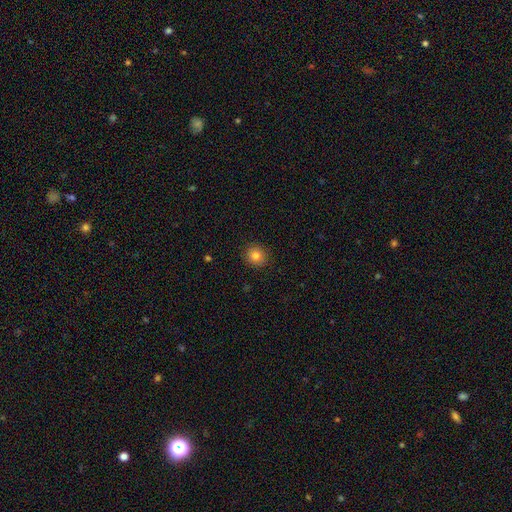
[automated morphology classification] smooth 82%, star or artifact 11%, featured or disk 7%. Down the decision tree: how rounded — round (89%); merging — none (91%).